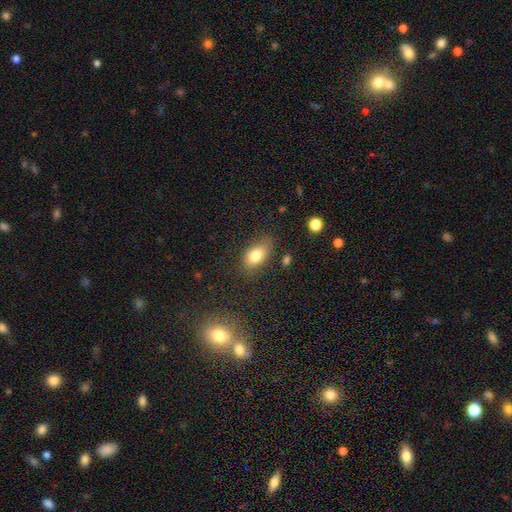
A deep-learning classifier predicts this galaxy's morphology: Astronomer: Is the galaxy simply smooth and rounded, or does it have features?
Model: smooth — 78%.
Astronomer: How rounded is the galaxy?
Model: in between — 86%.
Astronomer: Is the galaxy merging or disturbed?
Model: none — 68%.